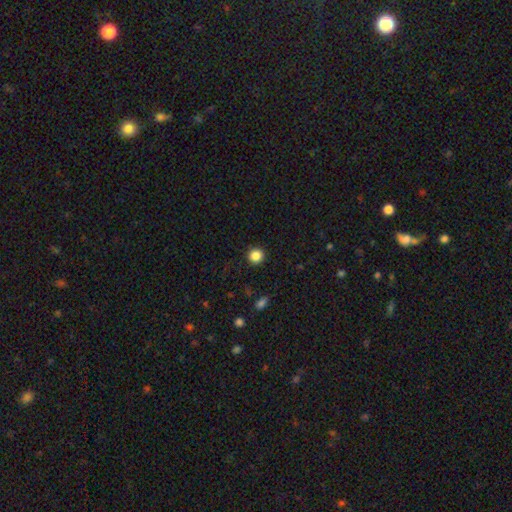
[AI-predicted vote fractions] smooth_or_featured: smooth (p=0.86) [alt: star or artifact p=0.11]
how_rounded: round (p=0.94) [alt: in between p=0.05]
merging: none (p=0.93) [alt: minor disturbance p=0.05]